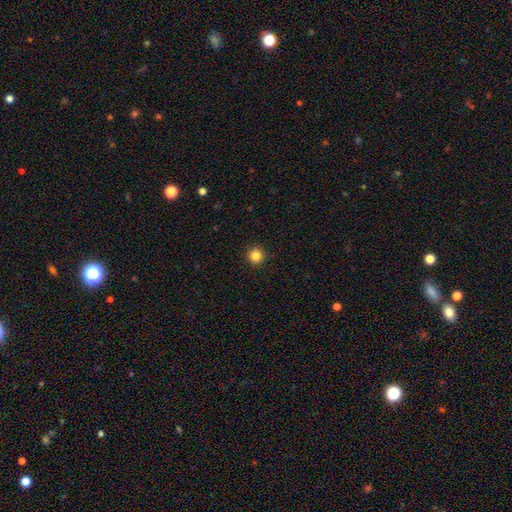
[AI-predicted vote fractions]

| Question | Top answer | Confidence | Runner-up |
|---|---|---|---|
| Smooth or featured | smooth | 85% | star or artifact (11%) |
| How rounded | round | 96% | in between (4%) |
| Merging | none | 93% | minor disturbance (4%) |